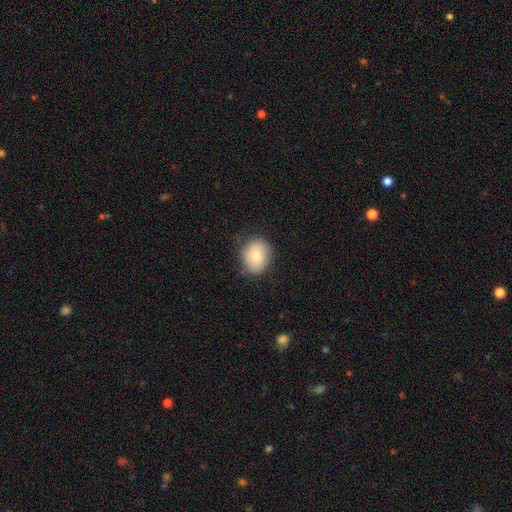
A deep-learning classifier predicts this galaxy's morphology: Smooth or featured: smooth — 79% (featured or disk — 13%)
How rounded: round — 57% (in between — 42%)
Merging: none — 77% (minor disturbance — 18%)